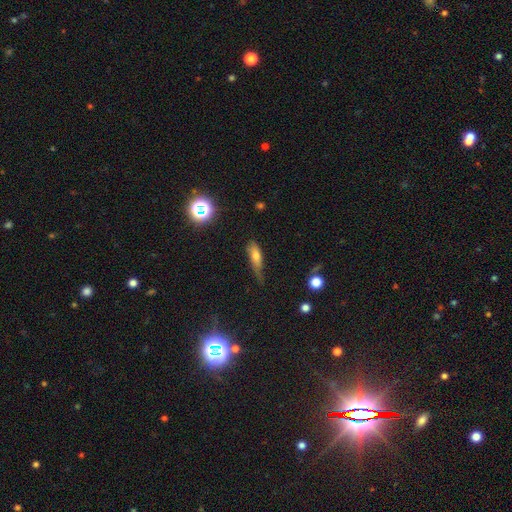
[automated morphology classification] Overall: smooth (62%; featured or disk 26%). How rounded: in between (49%; cigar-shaped 46%). Merging: none (42%; minor disturbance 41%).